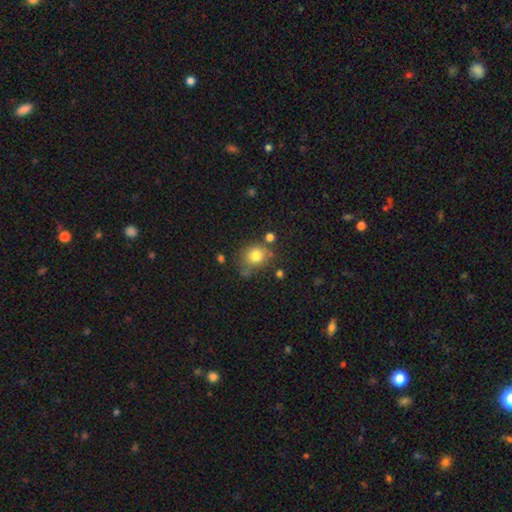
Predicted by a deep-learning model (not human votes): Overall: smooth (79%). How rounded: round (71%). Merging: none (64%).